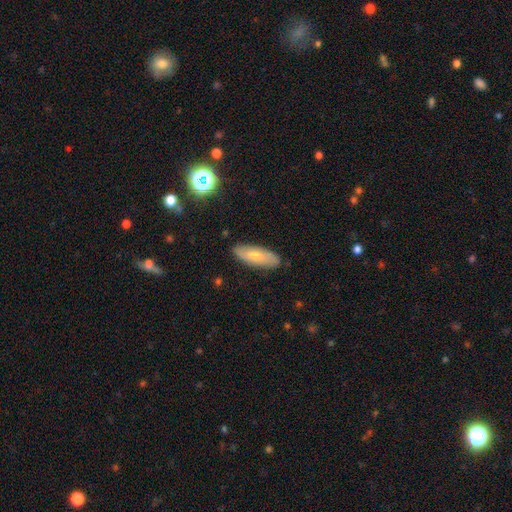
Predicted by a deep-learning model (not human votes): Overall: smooth (64%; featured or disk 29%). How rounded: in between (61%; cigar-shaped 36%). Merging: none (85%).